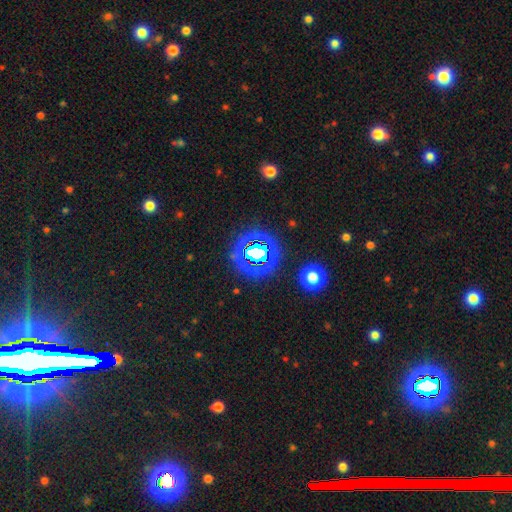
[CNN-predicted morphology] A star or artifact, not a galaxy (80%).

Vote fractions:
- Smooth or featured? star or artifact: 80% / smooth: 12% / featured or disk: 7%